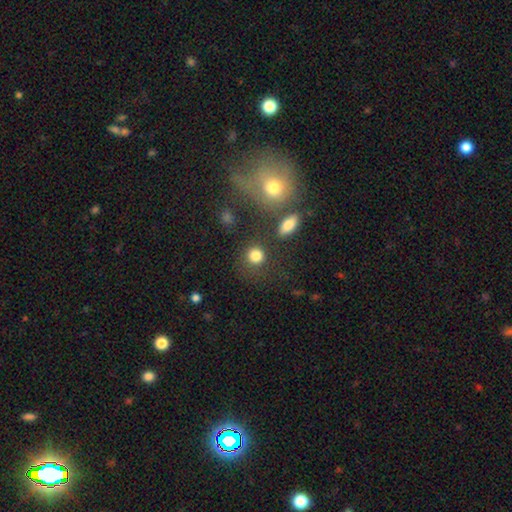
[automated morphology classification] smooth 83%, star or artifact 11%, featured or disk 6%. Down the decision tree: how rounded — round (83%); merging — none (73%).